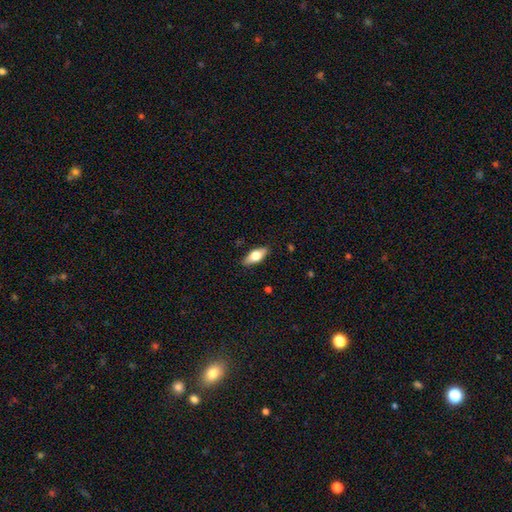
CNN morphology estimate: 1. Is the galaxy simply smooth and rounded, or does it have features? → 65% smooth, 29% featured or disk, 6% star or artifact.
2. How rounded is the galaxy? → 79% in between, 18% cigar-shaped, 3% round.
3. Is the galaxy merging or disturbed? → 87% none, 10% minor disturbance, 2% major disturbance, 1% merger.